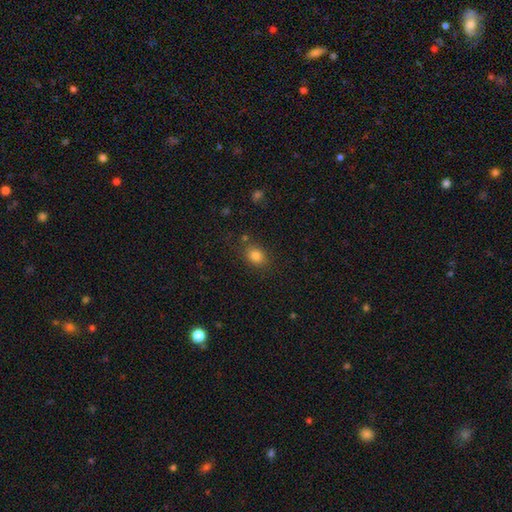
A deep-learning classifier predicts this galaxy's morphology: This is clearly a smooth galaxy (82%). How rounded: possibly in between (55%). Merging: clearly none (80%).